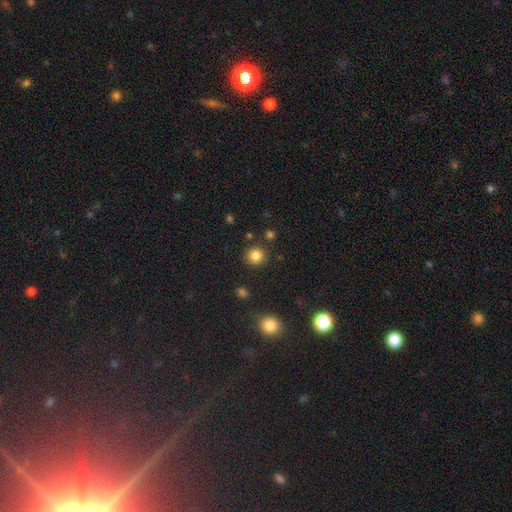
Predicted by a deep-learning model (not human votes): Q: Smooth or featured?
A: smooth (84%); runner-up: star or artifact (12%)
Q: How rounded?
A: round (92%); runner-up: in between (7%)
Q: Merging?
A: none (88%); runner-up: minor disturbance (6%)